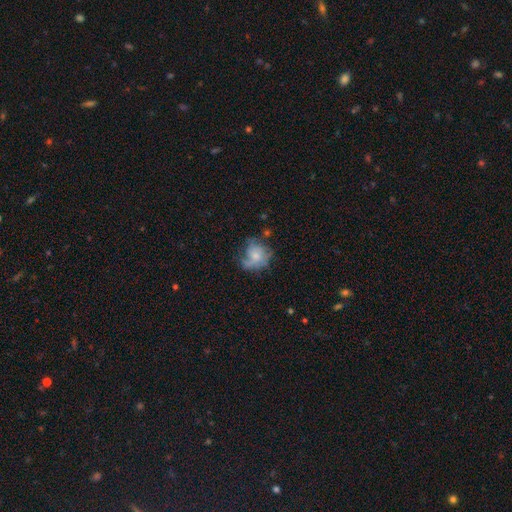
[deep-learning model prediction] Smooth or featured? Predicted: featured or disk (p=0.56). Edge-on disk? Predicted: no (p=0.98). Bar? Predicted: no (p=0.79). Spiral arms? Predicted: yes (p=0.76). Bulge size? Predicted: small (p=0.51). Merging? Predicted: none (p=0.46).